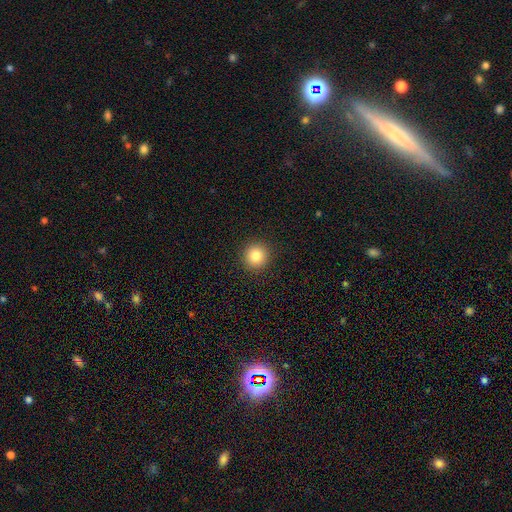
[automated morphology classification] Smooth or featured? smooth (84%)
How rounded? round (94%)
Merging? none (92%)